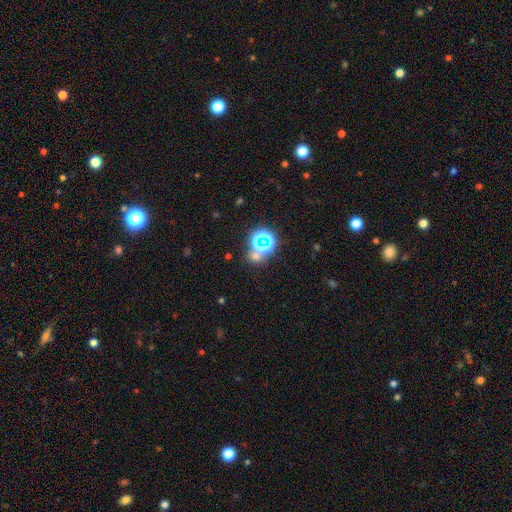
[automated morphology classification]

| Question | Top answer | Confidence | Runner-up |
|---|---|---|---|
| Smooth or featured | star or artifact | 53% | smooth (37%) |